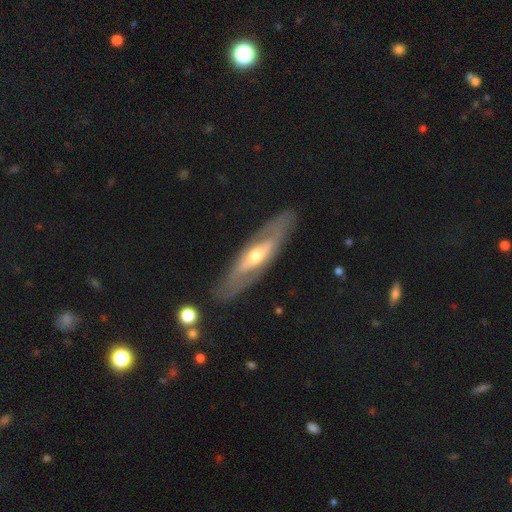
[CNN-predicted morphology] This appears to be a featured or disk galaxy (72%). Merging: none (84%).